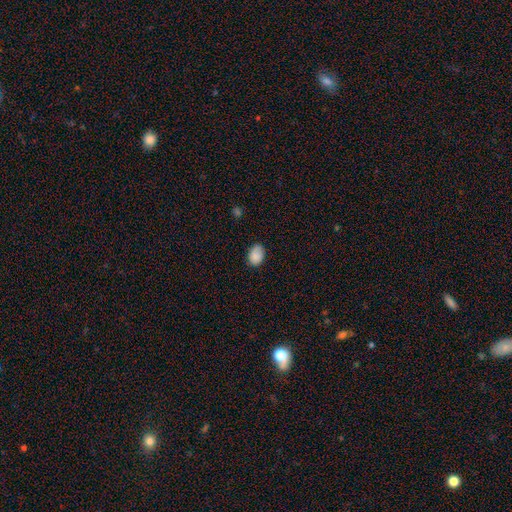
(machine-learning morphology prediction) smooth-or-featured: smooth: 87% | star or artifact: 8% | featured or disk: 5%
  how-rounded: in between: 76% | round: 23% | cigar-shaped: 1%
  merging: none: 74% | minor disturbance: 21% | major disturbance: 4% | merger: 1%